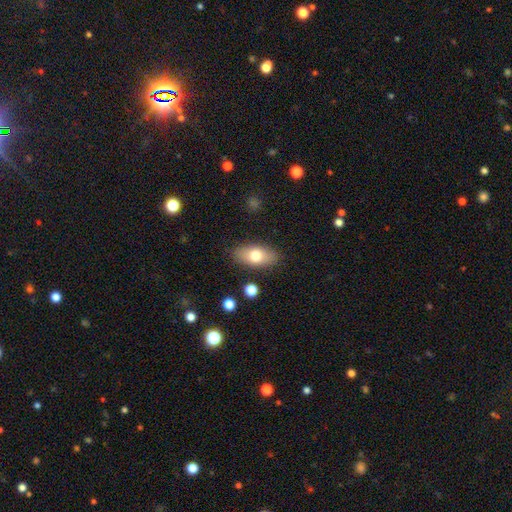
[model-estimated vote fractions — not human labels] This appears to be a smooth galaxy with no disk features (74%) that is in between round and cigar-shaped (90%). Merging: none (86%).